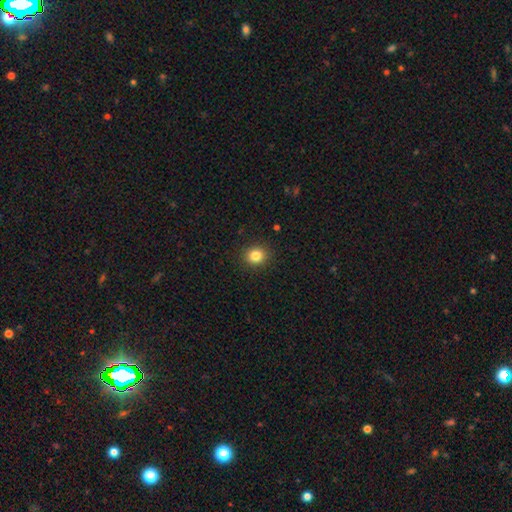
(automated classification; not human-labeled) smooth-or-featured: smooth: 83% | star or artifact: 11% | featured or disk: 5%
  how-rounded: round: 80% | in between: 19% | cigar-shaped: 1%
  merging: none: 90% | minor disturbance: 6% | major disturbance: 2% | merger: 1%